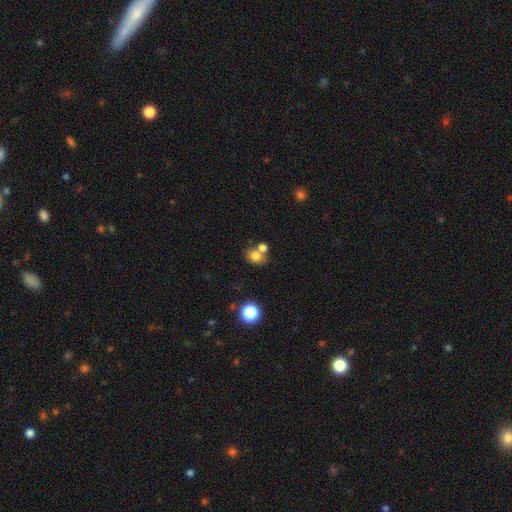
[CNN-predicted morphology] The model was most divided on "merging": none: 46%, merger: 40%, minor disturbance: 10%, major disturbance: 4%. More confident: smooth or featured — smooth (77%); how rounded — round (55%).